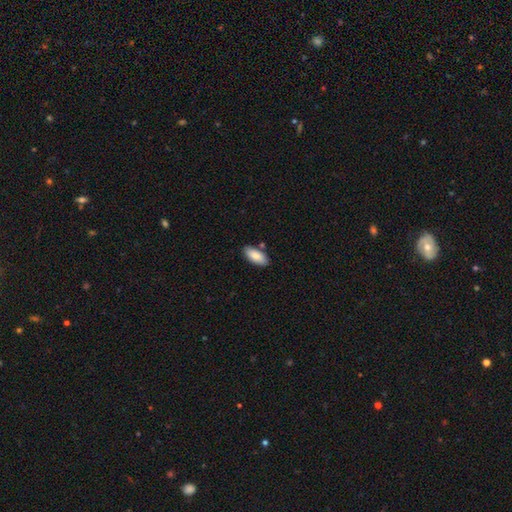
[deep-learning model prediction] smooth-or-featured: smooth: 85% | featured or disk: 9% | star or artifact: 6%
  how-rounded: in between: 88% | cigar-shaped: 10% | round: 2%
  merging: none: 83% | minor disturbance: 11% | merger: 5% | major disturbance: 2%